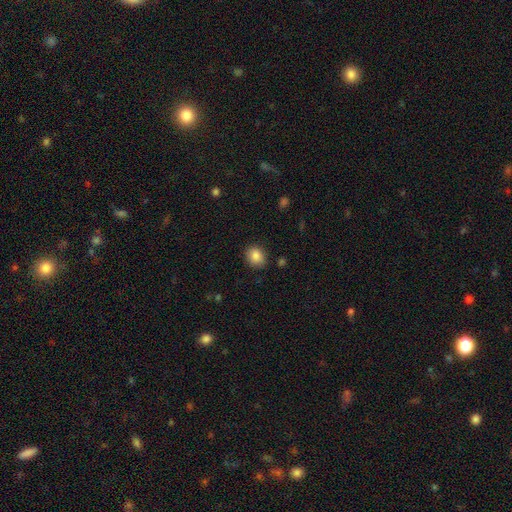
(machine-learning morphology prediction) smooth-or-featured: smooth: 85% | star or artifact: 9% | featured or disk: 6%
  how-rounded: round: 57% | in between: 42% | cigar-shaped: 1%
  merging: none: 85% | minor disturbance: 11% | major disturbance: 3% | merger: 1%